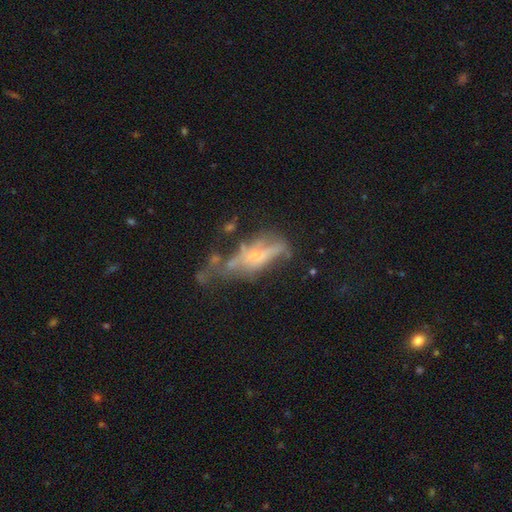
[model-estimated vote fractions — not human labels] Smooth or featured? Predicted: featured or disk (p=0.59). Edge-on disk? Predicted: no (p=0.60). Merging? Predicted: major disturbance (p=0.36).